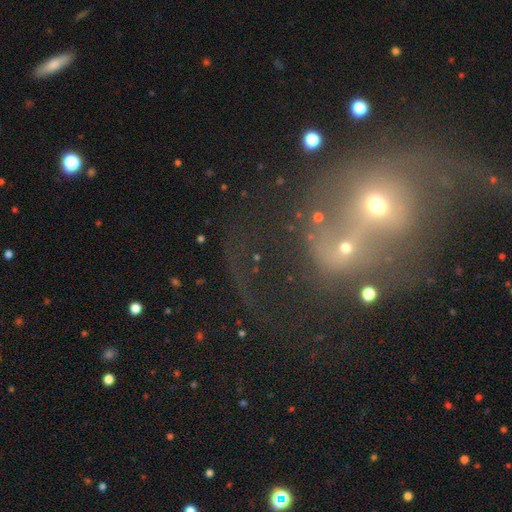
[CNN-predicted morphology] This appears to be a featured or disk galaxy (39%). Merging: merger (66%).